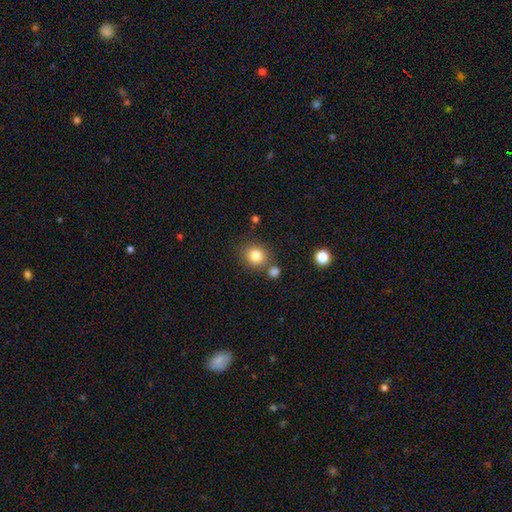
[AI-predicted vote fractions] smooth_or_featured: smooth (p=0.82) [alt: star or artifact p=0.11]
how_rounded: round (p=0.83) [alt: in between p=0.16]
merging: none (p=0.73) [alt: merger p=0.14]